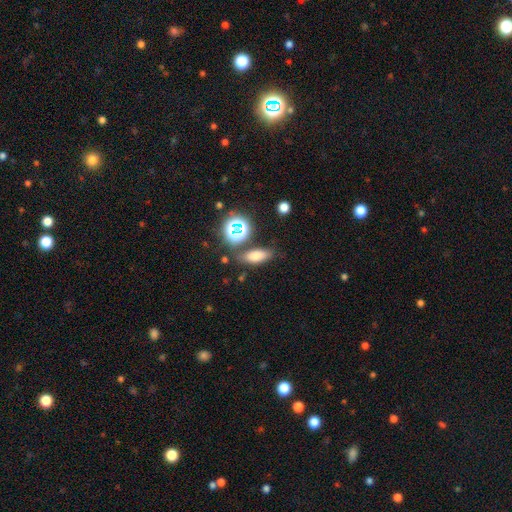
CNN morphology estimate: The model was most divided on "how rounded": in between: 68%, cigar-shaped: 21%, round: 11%. More confident: merging — none (74%); smooth or featured — smooth (68%).